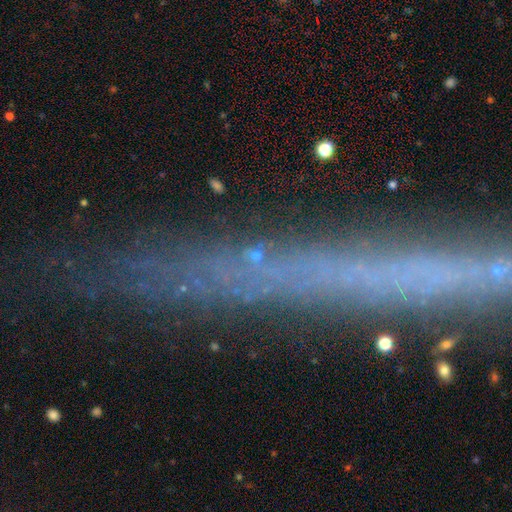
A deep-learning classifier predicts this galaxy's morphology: The model was most divided on "smooth or featured": star or artifact: 50%, smooth: 25%, featured or disk: 24%.